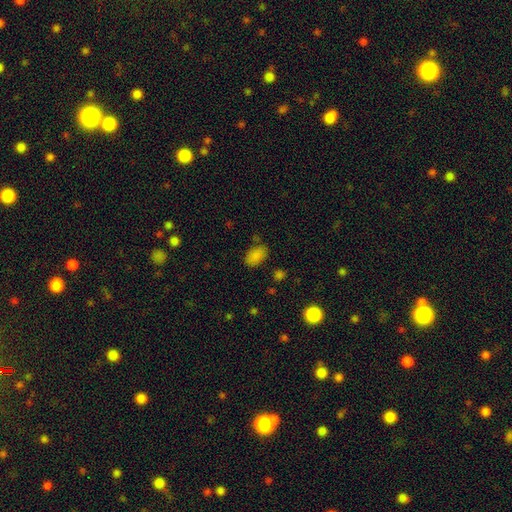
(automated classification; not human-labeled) smooth 85%, star or artifact 11%, featured or disk 4%. Down the decision tree: how rounded — in between (91%); merging — none (75%).